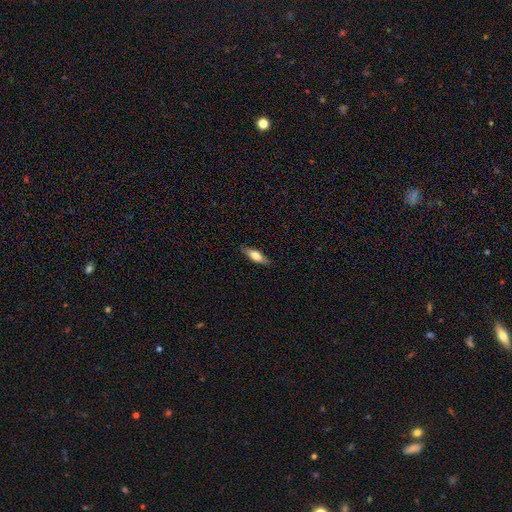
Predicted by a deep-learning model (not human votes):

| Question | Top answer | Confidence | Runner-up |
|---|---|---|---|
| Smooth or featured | smooth | 62% | featured or disk (31%) |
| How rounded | in between | 54% | cigar-shaped (43%) |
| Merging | none | 84% | minor disturbance (13%) |